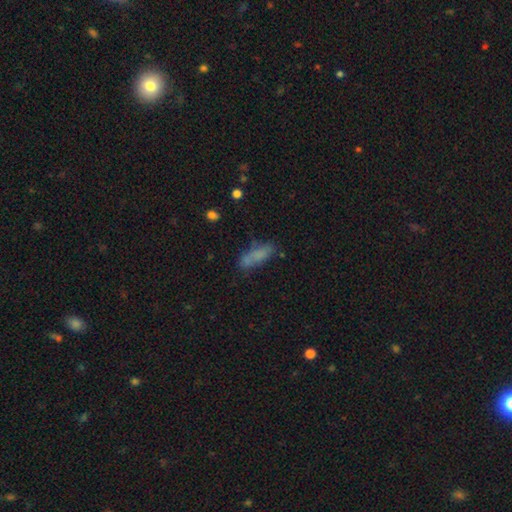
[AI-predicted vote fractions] Smooth or featured? Predicted: smooth (p=0.73). How rounded? Predicted: in between (p=0.52). Merging? Predicted: none (p=0.60).